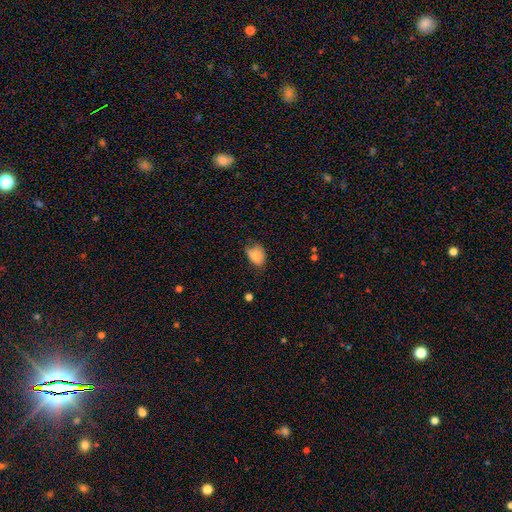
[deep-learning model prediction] smooth 83%, featured or disk 9%, star or artifact 8%. Down the decision tree: how rounded — in between (69%); merging — none (47%).